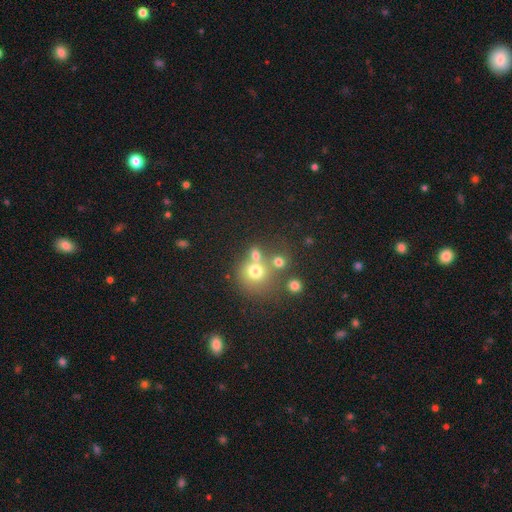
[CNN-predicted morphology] type=smooth (70%); roundness=round (79%); merging=none (48%).